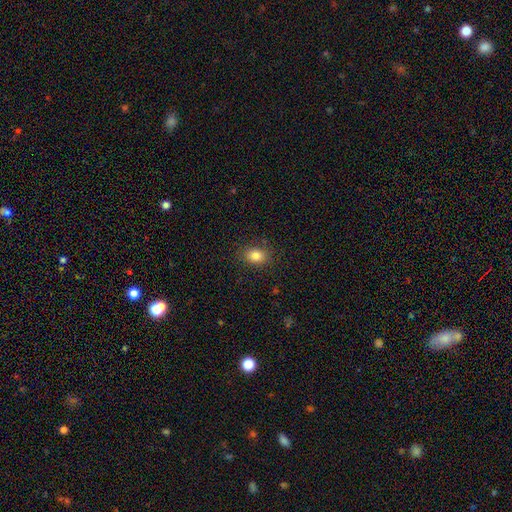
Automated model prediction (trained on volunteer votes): smooth 84%, star or artifact 10%, featured or disk 6%. Down the decision tree: how rounded — in between (66%); merging — none (86%).